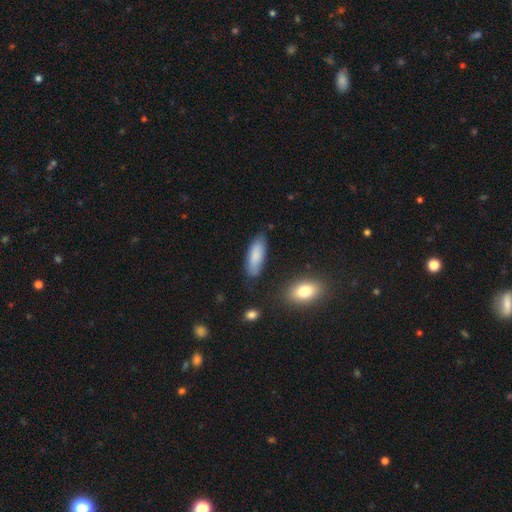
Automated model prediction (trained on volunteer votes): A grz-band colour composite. It shows a smooth galaxy with no disk features (83%) that is in between round and cigar-shaped (59%). Merging: none (79%).